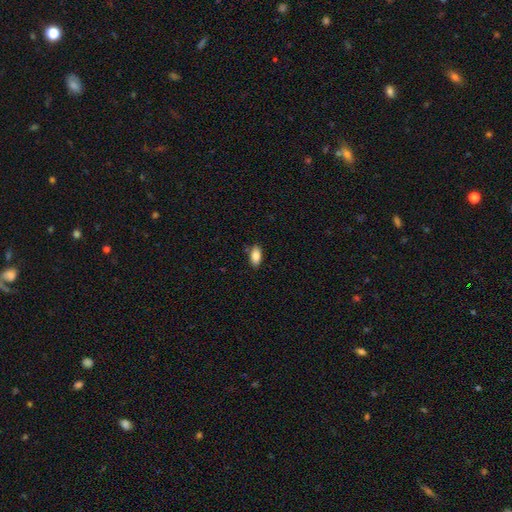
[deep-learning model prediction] smooth 86%, star or artifact 8%, featured or disk 7%. Down the decision tree: how rounded — in between (92%); merging — none (85%).